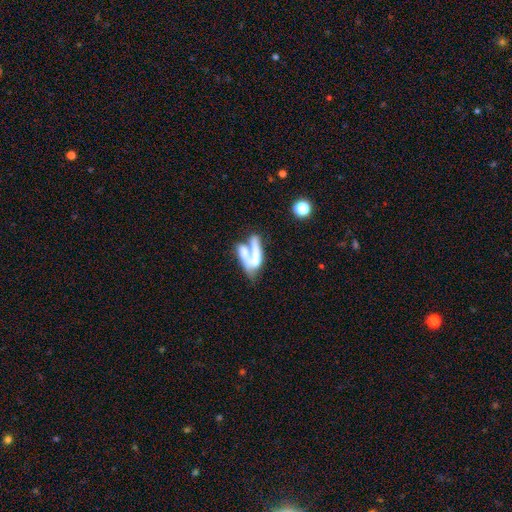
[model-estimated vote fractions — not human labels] Overall: featured or disk (53%; smooth 37%). Edge-on disk: no (91%). Merging: merger (55%; major disturbance 21%).